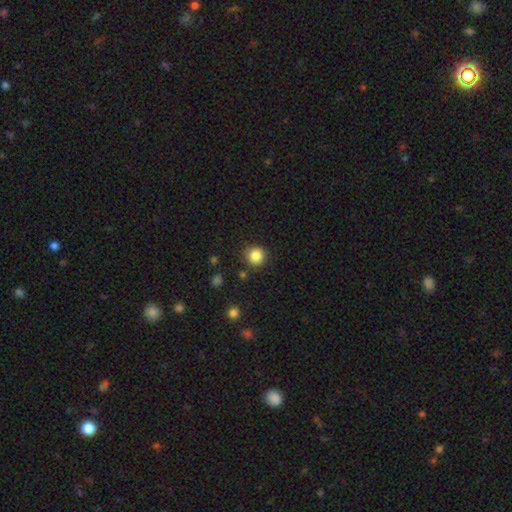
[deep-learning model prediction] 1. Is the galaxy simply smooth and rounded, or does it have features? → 85% smooth, 11% star or artifact, 4% featured or disk.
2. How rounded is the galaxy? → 92% round, 7% in between, 1% cigar-shaped.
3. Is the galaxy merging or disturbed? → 87% none, 8% minor disturbance, 2% major disturbance, 2% merger.